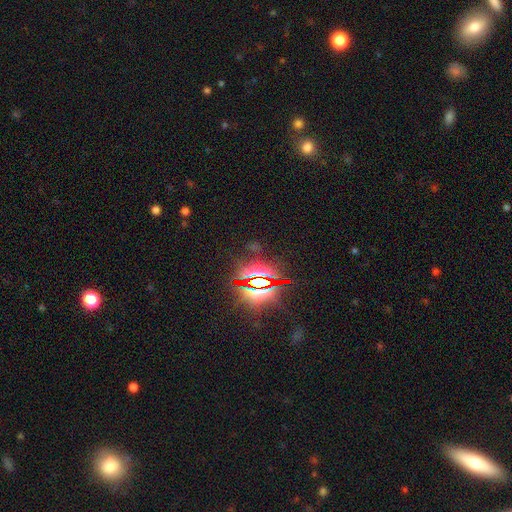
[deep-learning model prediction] star or artifact 83%, smooth 10%, featured or disk 7%.